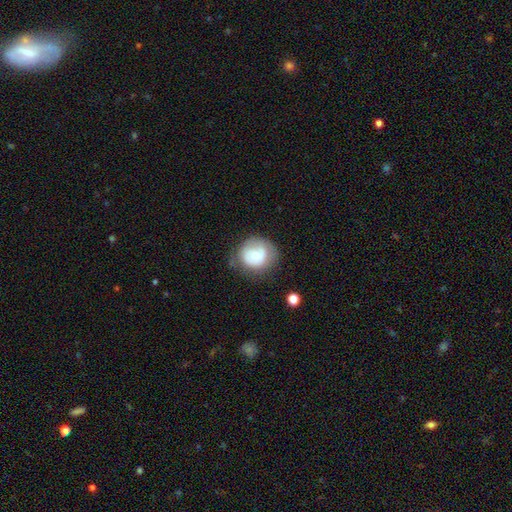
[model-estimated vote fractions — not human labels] Smooth or featured: smooth — 57% (featured or disk — 35%)
How rounded: round — 80% (in between — 19%)
Merging: none — 63% (minor disturbance — 24%)